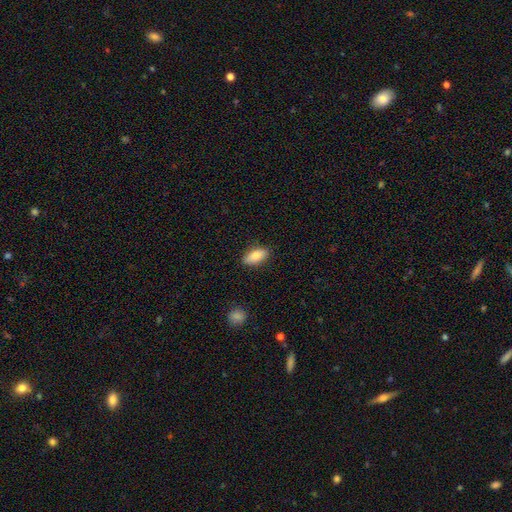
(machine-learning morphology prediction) Overall: smooth (83%). How rounded: in between (85%). Merging: none (86%).